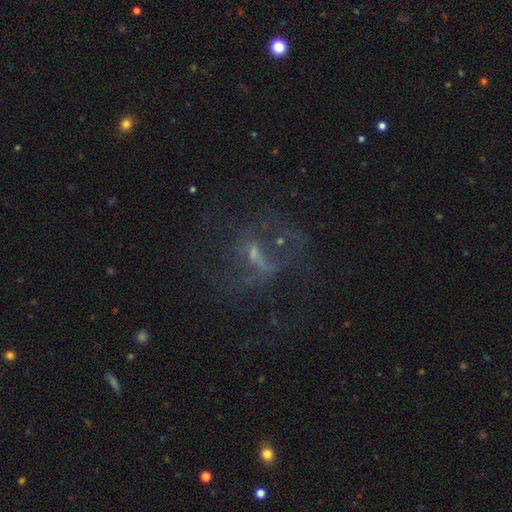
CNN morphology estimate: Smooth or featured? Predicted: featured or disk (p=0.59). Edge-on disk? Predicted: no (p=0.95). Bar? Predicted: no (p=0.43). Spiral arms? Predicted: no (p=0.58). Bulge size? Predicted: small (p=0.55). Merging? Predicted: none (p=0.44).